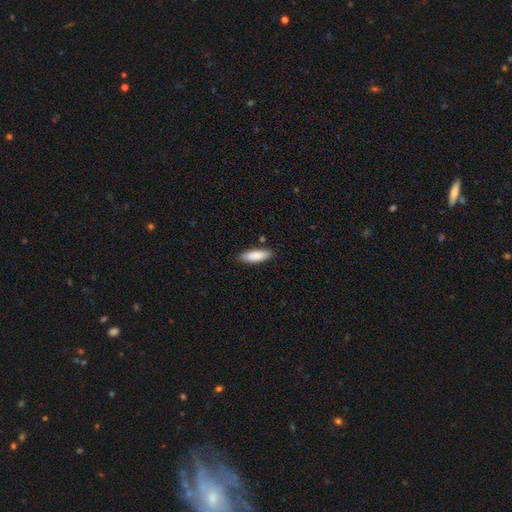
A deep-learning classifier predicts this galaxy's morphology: Q: Smooth or featured?
A: smooth (87%); runner-up: featured or disk (7%)
Q: How rounded?
A: in between (56%); runner-up: cigar-shaped (42%)
Q: Merging?
A: none (86%); runner-up: minor disturbance (10%)